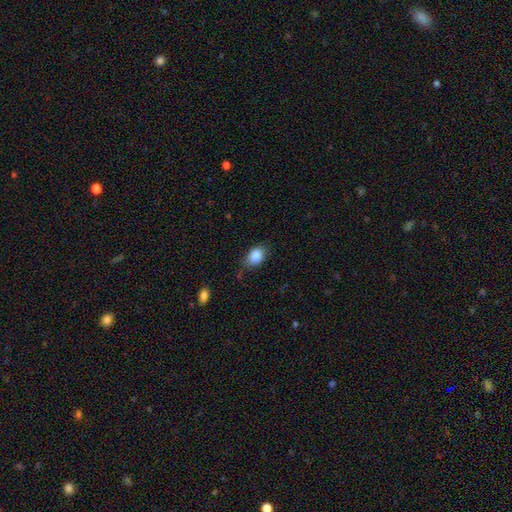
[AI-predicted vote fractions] smooth 85%, star or artifact 8%, featured or disk 6%. Down the decision tree: how rounded — in between (72%); merging — none (67%).